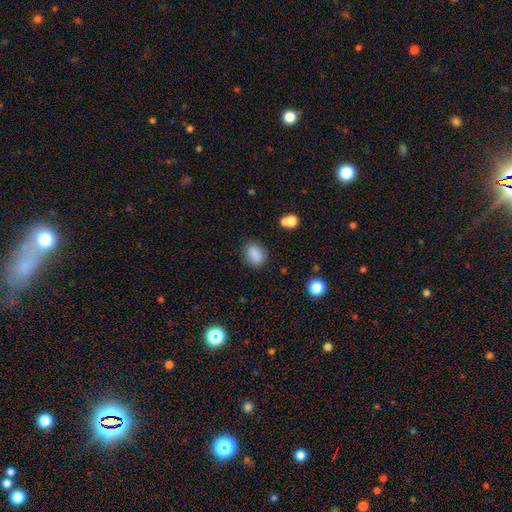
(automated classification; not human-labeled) smooth-or-featured: smooth: 86% | star or artifact: 9% | featured or disk: 5%
  how-rounded: in between: 61% | round: 38% | cigar-shaped: 1%
  merging: none: 81% | minor disturbance: 12% | major disturbance: 4% | merger: 3%